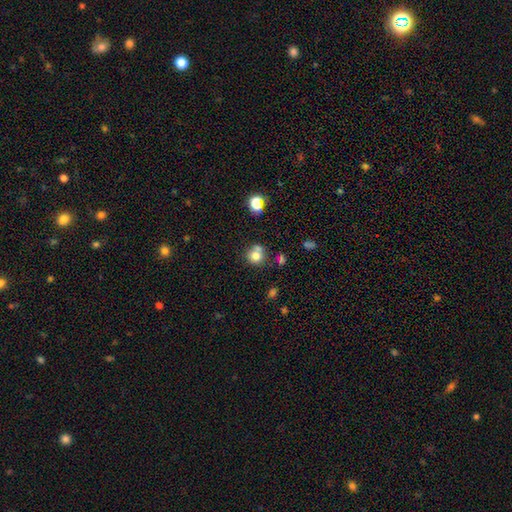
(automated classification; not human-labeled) smooth-or-featured: smooth: 76% | star or artifact: 13% | featured or disk: 11%
  how-rounded: round: 87% | in between: 12% | cigar-shaped: 1%
  merging: none: 56% | merger: 27% | minor disturbance: 12% | major disturbance: 5%